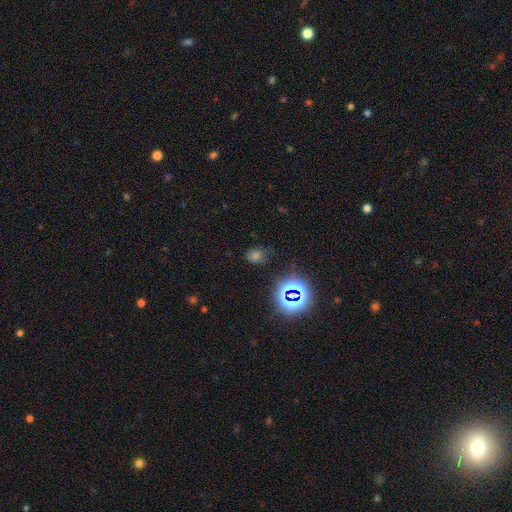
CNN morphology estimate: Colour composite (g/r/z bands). It shows a smooth galaxy with no disk features (47%). Merging: none (78%).